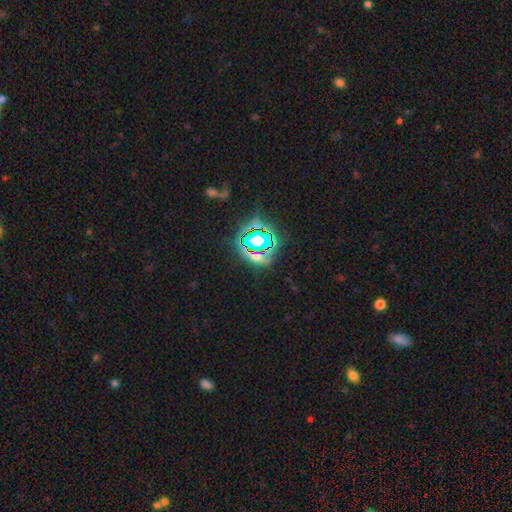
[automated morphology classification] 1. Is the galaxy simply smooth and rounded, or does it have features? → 69% star or artifact, 19% smooth, 12% featured or disk.